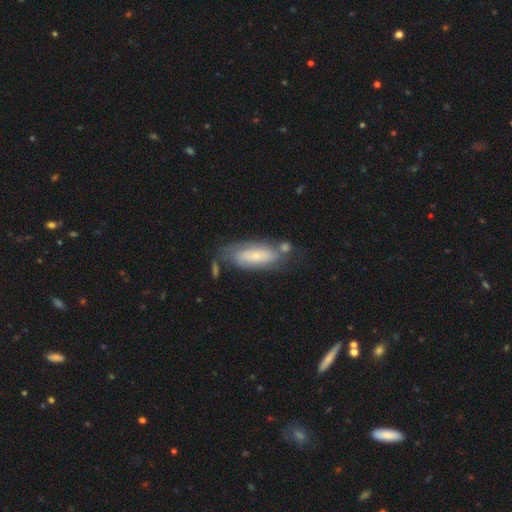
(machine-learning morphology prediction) The model was most divided on "smooth or featured": featured or disk: 56%, smooth: 38%, star or artifact: 7%. More confident: edge-on disk — no (85%); merging — none (54%).